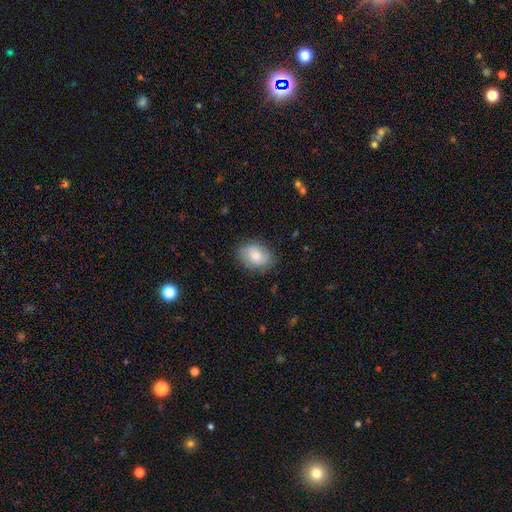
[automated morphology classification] type=smooth (69%); roundness=in between (69%); merging=none (78%).